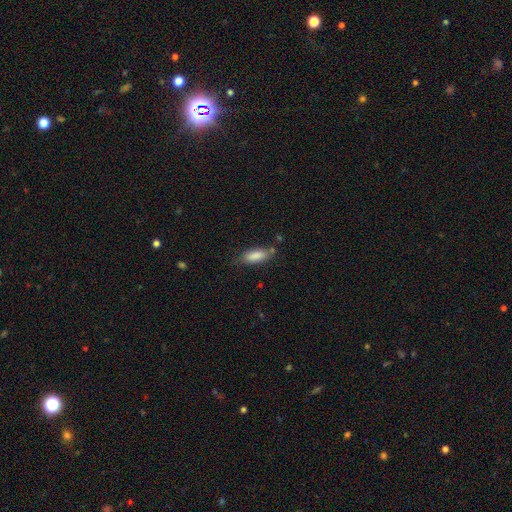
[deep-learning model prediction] Overall: smooth (85%). How rounded: in between (70%). Merging: none (68%).